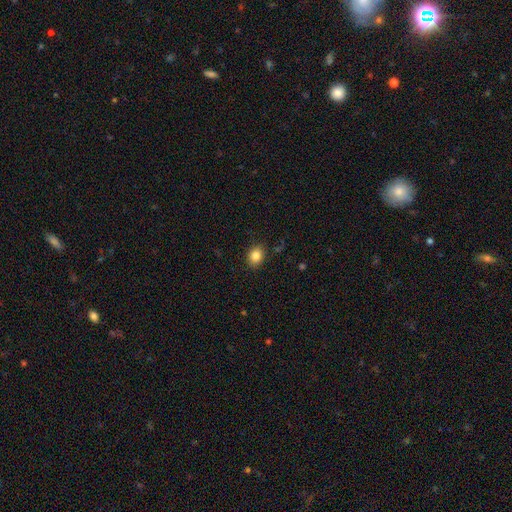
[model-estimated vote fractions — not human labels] smooth_or_featured: smooth (p=0.84) [alt: star or artifact p=0.10]
how_rounded: round (p=0.54) [alt: in between p=0.45]
merging: none (p=0.87) [alt: minor disturbance p=0.09]